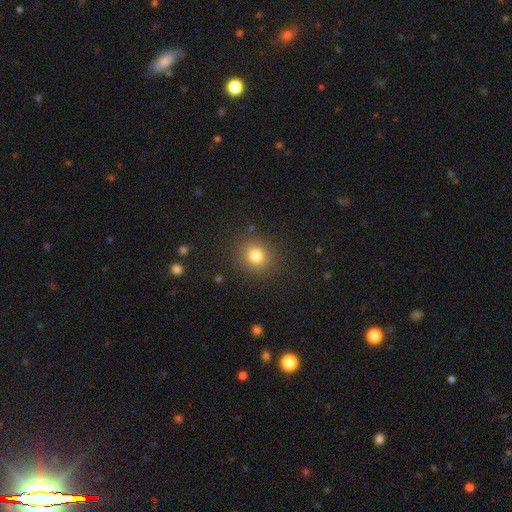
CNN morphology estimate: A smooth galaxy with no disk features (79%) that is round (86%). Merging: none (88%).